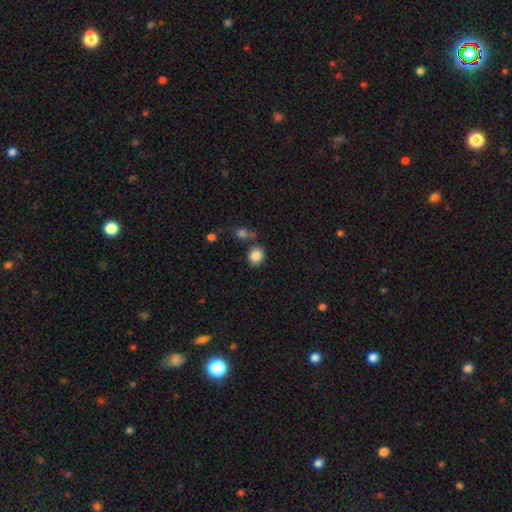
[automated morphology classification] Smooth or featured? smooth (86%)
How rounded? round (68%)
Merging? none (74%)